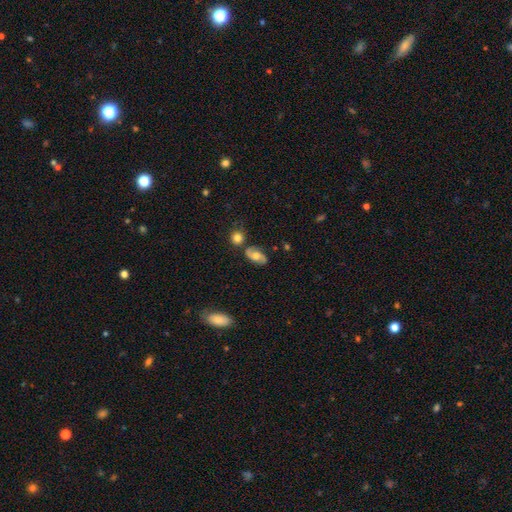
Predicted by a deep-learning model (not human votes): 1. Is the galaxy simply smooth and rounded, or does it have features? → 53% featured or disk, 39% smooth, 8% star or artifact.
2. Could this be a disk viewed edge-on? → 93% no, 7% yes.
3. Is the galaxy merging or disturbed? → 69% none, 16% minor disturbance, 10% merger, 5% major disturbance.